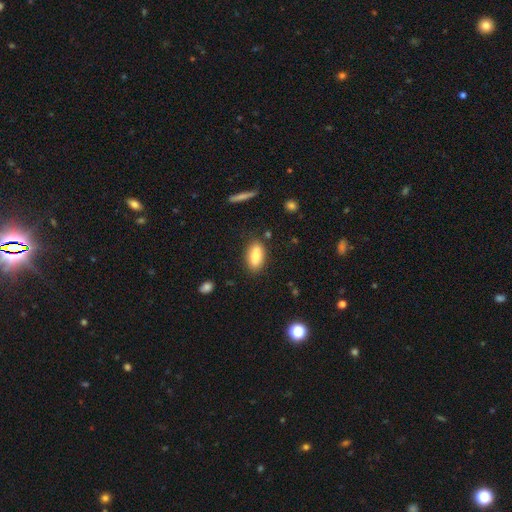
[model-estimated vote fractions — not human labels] smooth_or_featured: smooth (p=0.85) [alt: featured or disk p=0.08]
how_rounded: in between (p=0.87) [alt: cigar-shaped p=0.10]
merging: none (p=0.83) [alt: minor disturbance p=0.12]